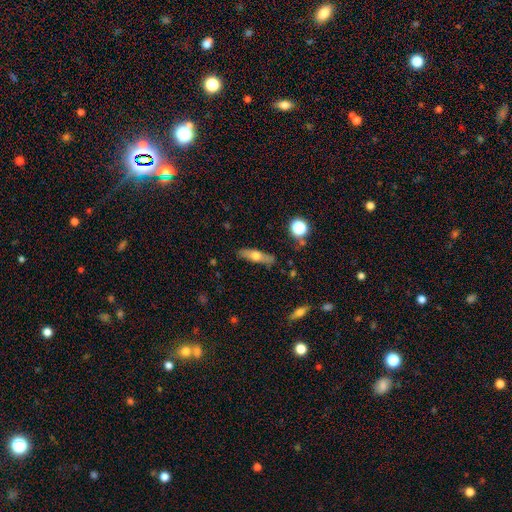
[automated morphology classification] Smooth or featured: smooth — 53% (featured or disk — 40%)
How rounded: cigar-shaped — 63% (in between — 33%)
Merging: none — 82% (minor disturbance — 13%)